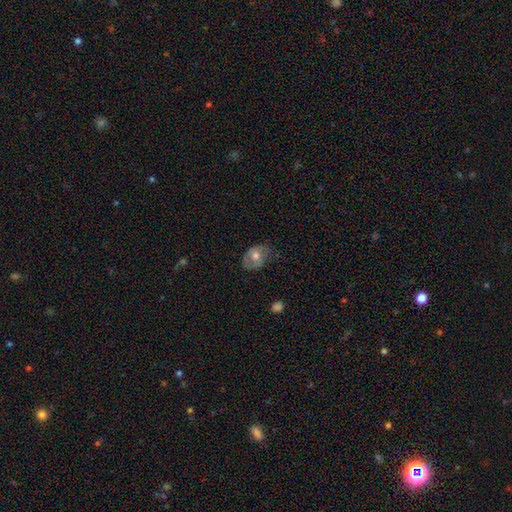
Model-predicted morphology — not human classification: Smooth or featured: smooth — 56% (featured or disk — 37%)
How rounded: in between — 65% (round — 34%)
Merging: none — 60% (minor disturbance — 29%)